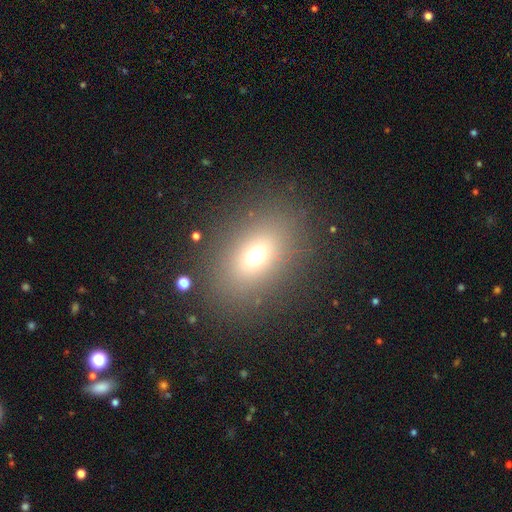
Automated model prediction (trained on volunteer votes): Q: Smooth or featured?
A: smooth (67%); runner-up: star or artifact (19%)
Q: How rounded?
A: in between (66%); runner-up: round (32%)
Q: Merging?
A: none (84%); runner-up: minor disturbance (8%)